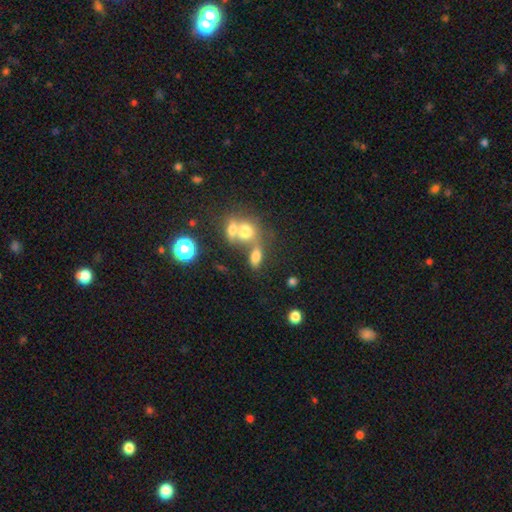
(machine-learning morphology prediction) smooth-or-featured: smooth: 68% | star or artifact: 17% | featured or disk: 15%
  how-rounded: in between: 66% | round: 28% | cigar-shaped: 6%
  merging: merger: 46% | none: 38% | minor disturbance: 10% | major disturbance: 6%